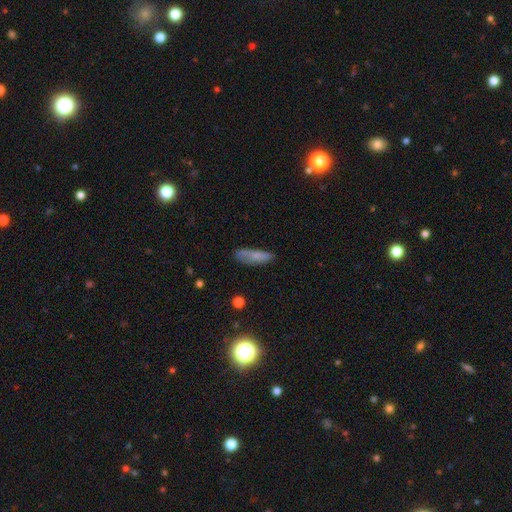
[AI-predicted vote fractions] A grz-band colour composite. It shows a smooth galaxy with no disk features (72%) that is cigar-shaped (53%). Merging: none (69%).